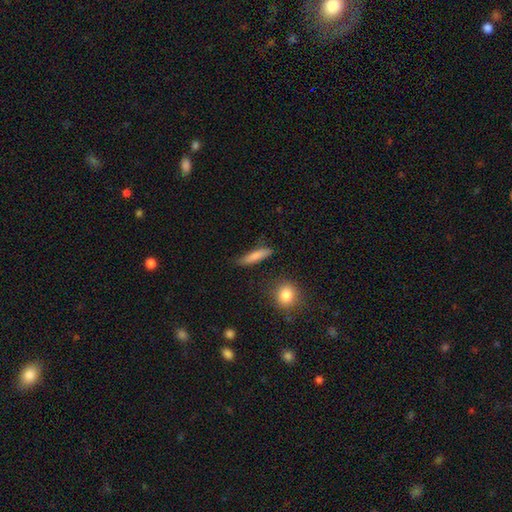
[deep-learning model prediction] Q: Smooth or featured?
A: smooth (81%); runner-up: featured or disk (12%)
Q: How rounded?
A: cigar-shaped (74%); runner-up: in between (23%)
Q: Merging?
A: none (81%); runner-up: minor disturbance (13%)